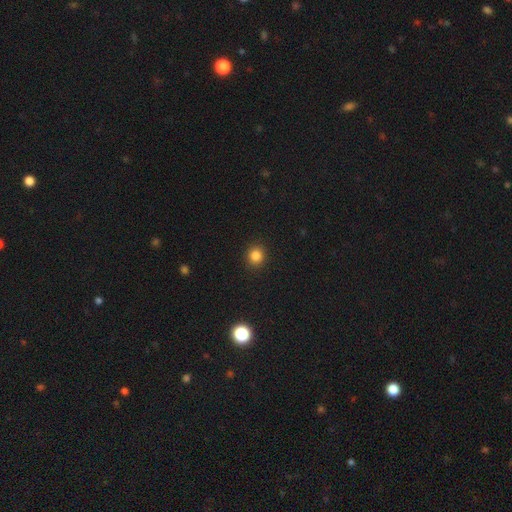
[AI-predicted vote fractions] Smooth or featured?
  - smooth: 83% *
  - star or artifact: 13%
  - featured or disk: 4%
How rounded?
  - round: 89% *
  - in between: 10%
  - cigar-shaped: 1%
Merging?
  - none: 92% *
  - minor disturbance: 5%
  - major disturbance: 2%
  - merger: 1%